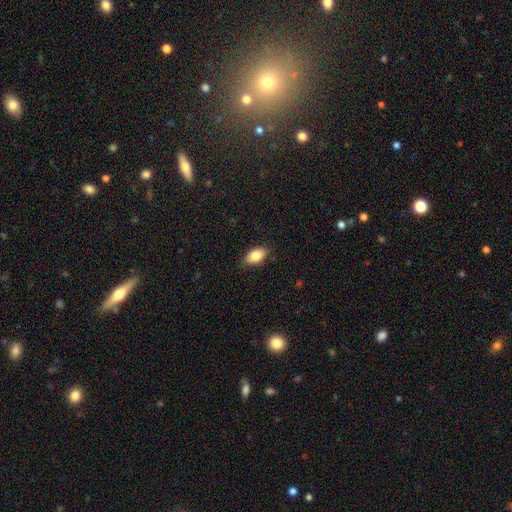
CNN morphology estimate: smooth 82%, featured or disk 10%, star or artifact 7%. Down the decision tree: how rounded — in between (91%); merging — none (85%).